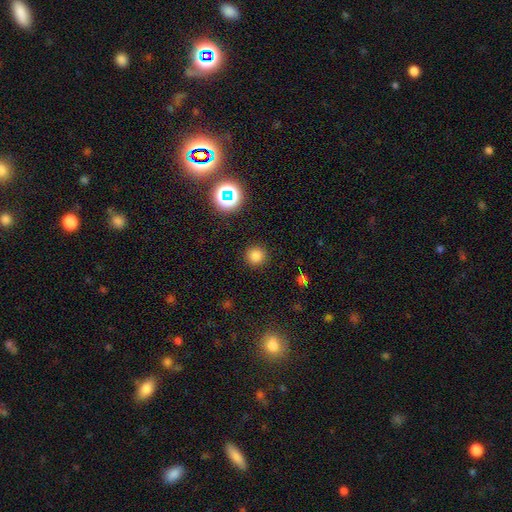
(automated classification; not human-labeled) A smooth galaxy with no disk features (79%) that is round (94%).

Vote fractions:
- Smooth or featured? smooth: 79% / star or artifact: 17% / featured or disk: 4%
- How rounded? round: 94% / in between: 5% / cigar-shaped: 1%
- Merging? none: 90% / minor disturbance: 6% / major disturbance: 3% / merger: 1%